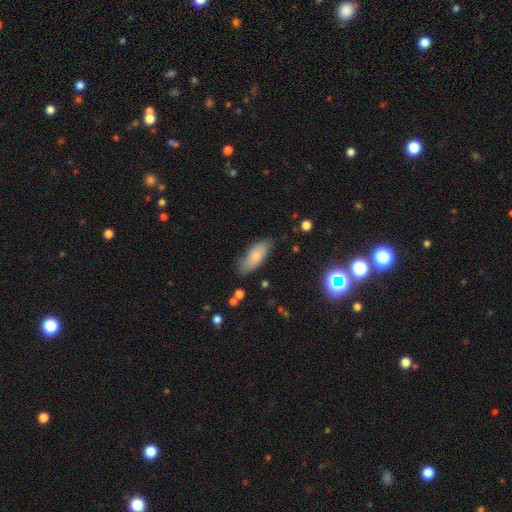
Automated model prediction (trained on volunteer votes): Smooth or featured?
  - smooth: 79% *
  - featured or disk: 14%
  - star or artifact: 7%
How rounded?
  - in between: 74% *
  - cigar-shaped: 24%
  - round: 2%
Merging?
  - none: 77% *
  - minor disturbance: 18%
  - major disturbance: 3%
  - merger: 2%